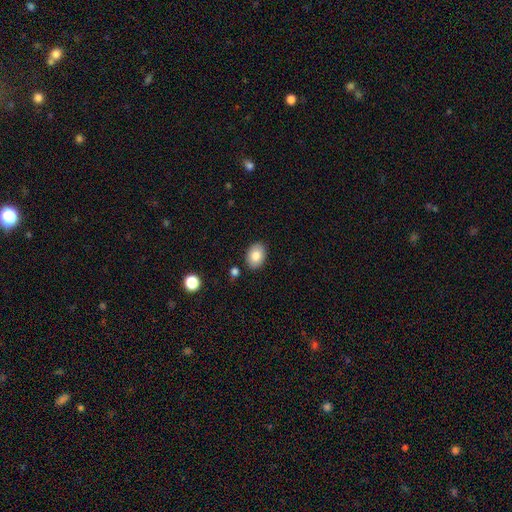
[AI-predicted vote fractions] A smooth galaxy with no disk features (82%) that is in between round and cigar-shaped (76%). Merging: none (87%).